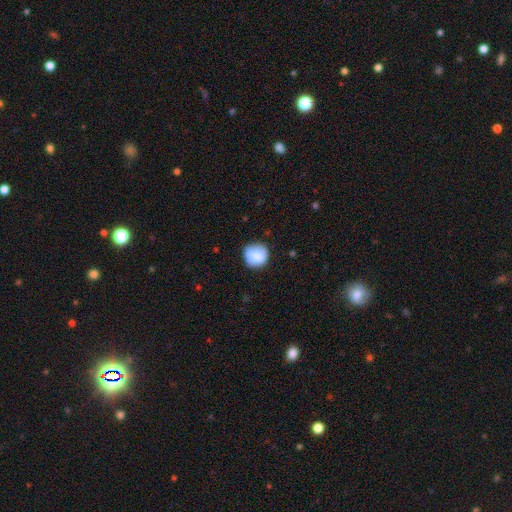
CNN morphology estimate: A smooth galaxy with no disk features (69%) that is round (87%).

Vote fractions:
- Smooth or featured? smooth: 69% / featured or disk: 23% / star or artifact: 8%
- How rounded? round: 87% / in between: 12% / cigar-shaped: 1%
- Merging? none: 74% / minor disturbance: 18% / major disturbance: 6% / merger: 3%